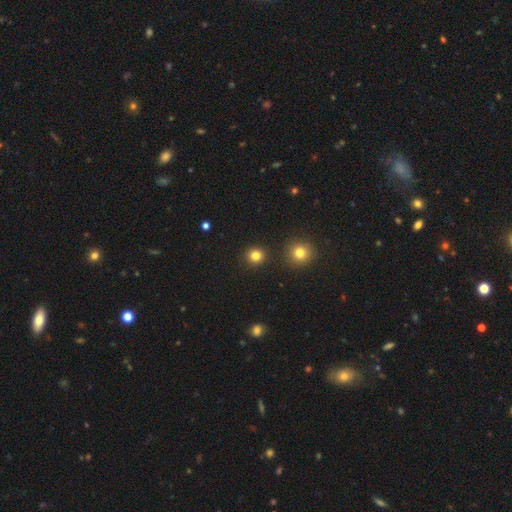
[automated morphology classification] smooth_or_featured: smooth (p=0.82) [alt: star or artifact p=0.14]
how_rounded: round (p=0.91) [alt: in between p=0.08]
merging: none (p=0.90) [alt: minor disturbance p=0.05]